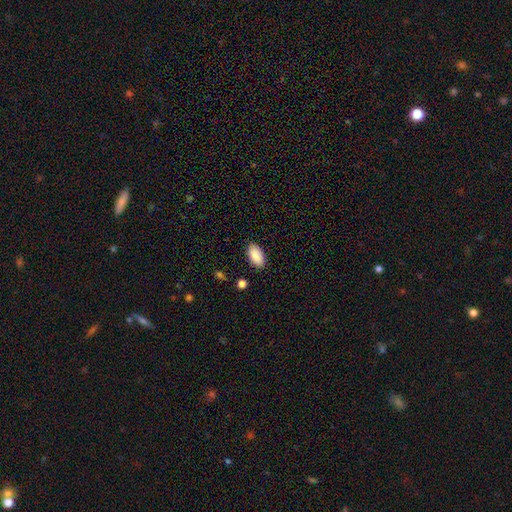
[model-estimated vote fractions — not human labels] Smooth or featured?
  - smooth: 89% *
  - star or artifact: 6%
  - featured or disk: 4%
How rounded?
  - in between: 94% *
  - cigar-shaped: 3%
  - round: 2%
Merging?
  - none: 88% *
  - minor disturbance: 9%
  - major disturbance: 2%
  - merger: 1%